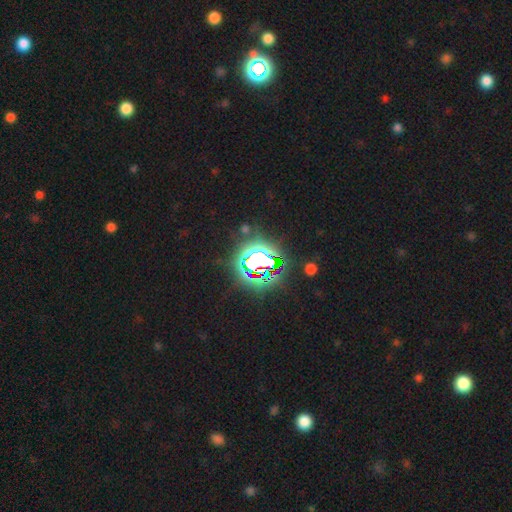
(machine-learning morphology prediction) type=star or artifact (77%).